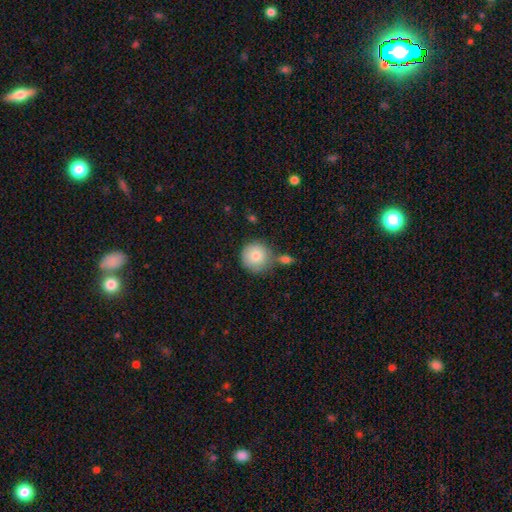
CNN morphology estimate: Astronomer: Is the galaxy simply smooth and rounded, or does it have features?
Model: smooth — 82%.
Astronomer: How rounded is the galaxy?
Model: round — 95%.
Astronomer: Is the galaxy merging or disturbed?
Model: none — 66%.